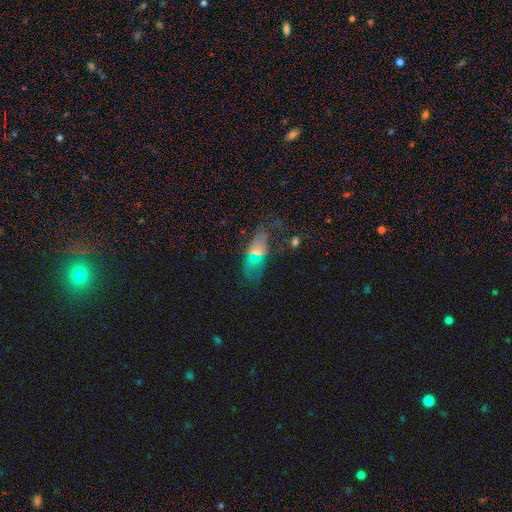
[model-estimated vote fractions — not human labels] Overall: smooth (49%; featured or disk 32%). Merging: none (56%; minor disturbance 23%).